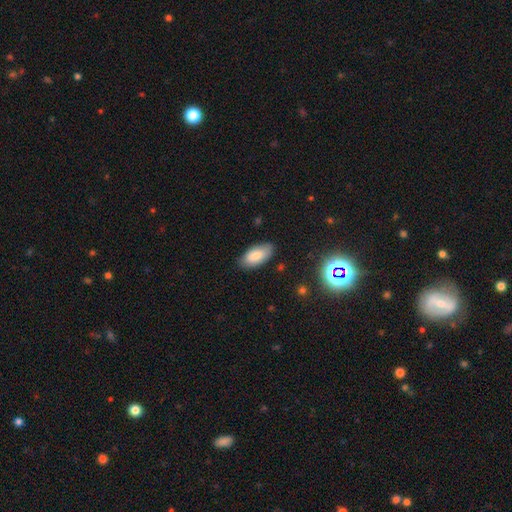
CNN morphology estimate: This appears to be a smooth galaxy with no disk features (82%) that is in between round and cigar-shaped (92%). Merging: none (82%).